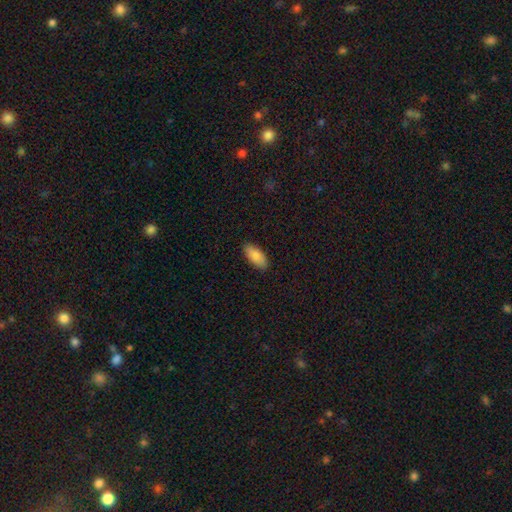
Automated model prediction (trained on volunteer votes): A smooth galaxy with no disk features (86%) that is in between round and cigar-shaped (88%). Merging: none (89%).